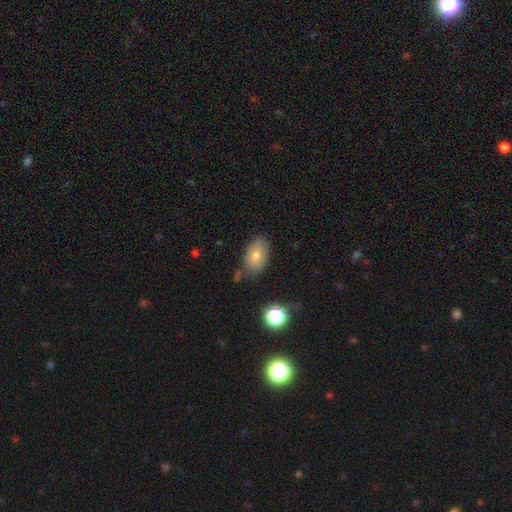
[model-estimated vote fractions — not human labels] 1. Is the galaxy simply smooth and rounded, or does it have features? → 74% smooth, 16% featured or disk, 10% star or artifact.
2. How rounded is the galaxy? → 88% in between, 10% round, 2% cigar-shaped.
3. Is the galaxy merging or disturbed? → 71% none, 19% minor disturbance, 6% merger, 4% major disturbance.